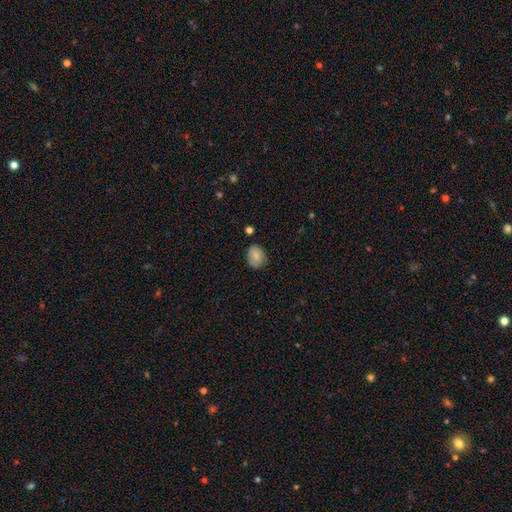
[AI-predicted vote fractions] Overall: smooth (82%). How rounded: in between (52%; round 47%). Merging: none (78%).